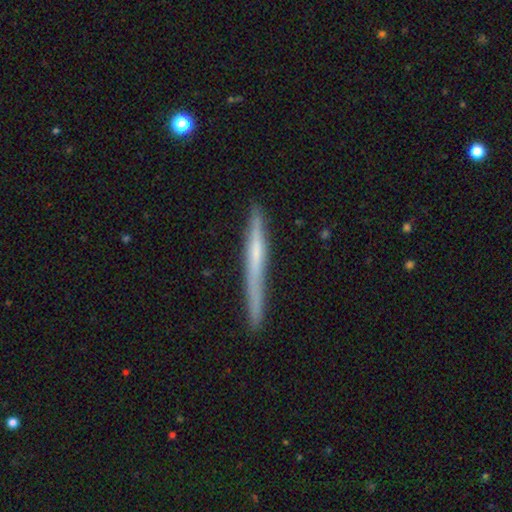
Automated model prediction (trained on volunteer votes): The model was most divided on "smooth or featured": featured or disk: 52%, smooth: 42%, star or artifact: 6%. More confident: edge-on disk — yes (96%); merging — none (82%).